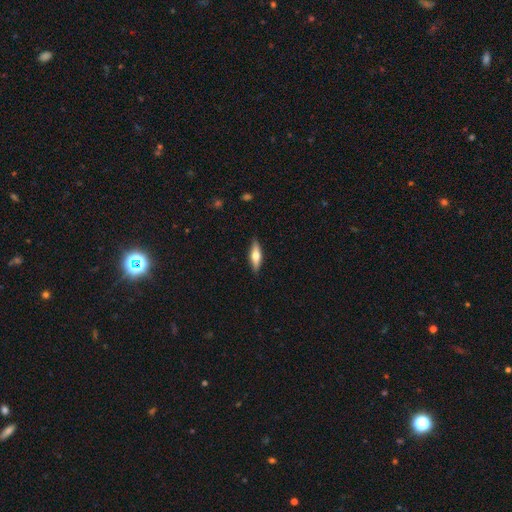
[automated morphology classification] smooth-or-featured: smooth: 49% | featured or disk: 45% | star or artifact: 6%
  merging: none: 88% | minor disturbance: 9% | major disturbance: 2% | merger: 1%